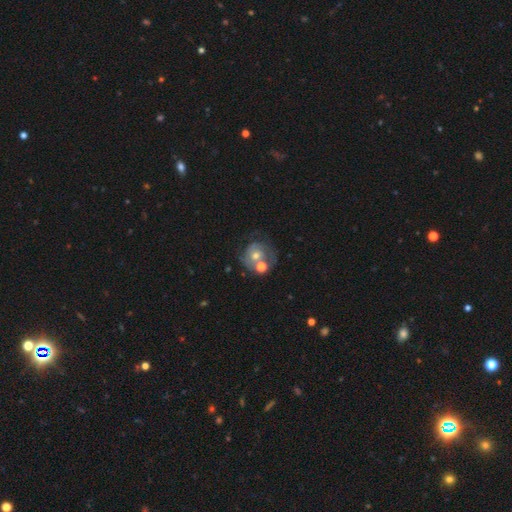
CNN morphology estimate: Overall: featured or disk (56%; smooth 35%). Edge-on disk: no (98%). Bar: no (81%). Spiral arms: yes (64%; no 36%). Bulge size: moderate (59%; small 33%). Merging: none (41%; merger 27%).